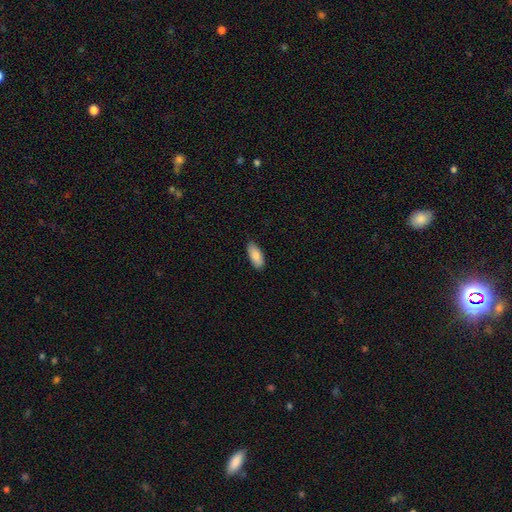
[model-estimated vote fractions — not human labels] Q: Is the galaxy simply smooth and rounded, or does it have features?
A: smooth — 88%.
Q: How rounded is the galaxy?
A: in between — 87%.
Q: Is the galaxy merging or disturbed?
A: none — 87%.